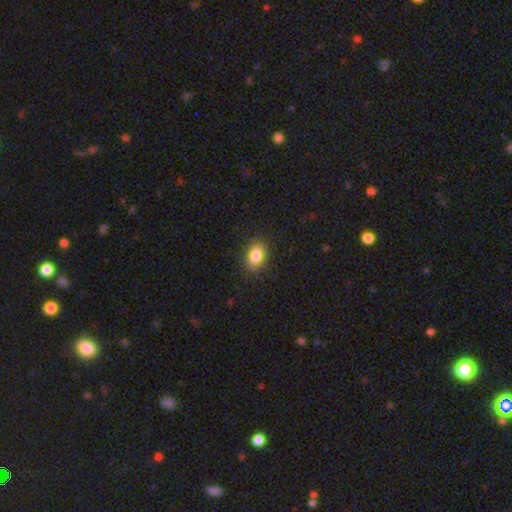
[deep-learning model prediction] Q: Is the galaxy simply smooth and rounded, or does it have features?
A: smooth — 85%.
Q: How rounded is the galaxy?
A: in between — 84%.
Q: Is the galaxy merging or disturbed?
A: none — 87%.